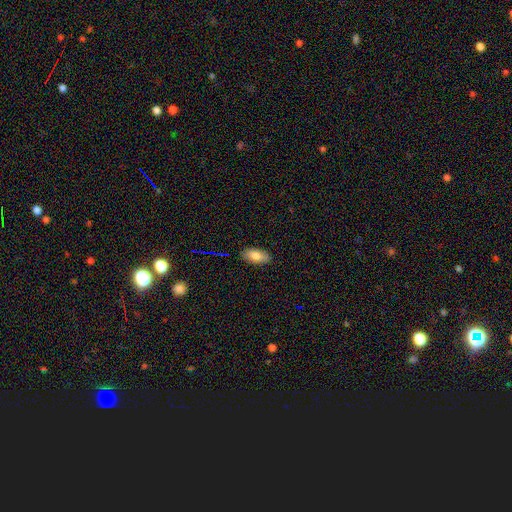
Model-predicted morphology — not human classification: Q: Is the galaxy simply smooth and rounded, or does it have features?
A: smooth — 82%.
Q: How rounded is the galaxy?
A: in between — 90%.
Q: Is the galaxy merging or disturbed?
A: none — 86%.